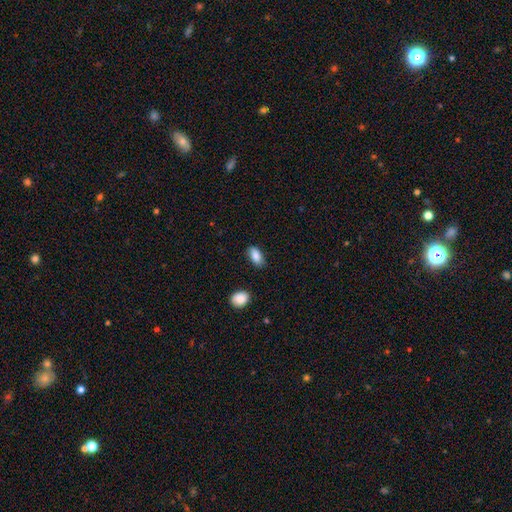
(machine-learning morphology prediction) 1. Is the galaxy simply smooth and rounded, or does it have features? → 87% smooth, 7% star or artifact, 6% featured or disk.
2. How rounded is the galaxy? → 90% in between, 6% cigar-shaped, 4% round.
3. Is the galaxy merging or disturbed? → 82% none, 14% minor disturbance, 3% major disturbance, 2% merger.